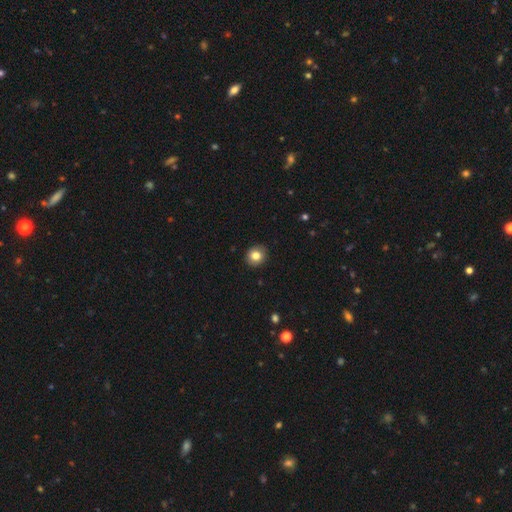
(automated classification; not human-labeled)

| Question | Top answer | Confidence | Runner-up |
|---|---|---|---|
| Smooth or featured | smooth | 82% | star or artifact (10%) |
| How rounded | round | 84% | in between (15%) |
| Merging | none | 91% | minor disturbance (7%) |